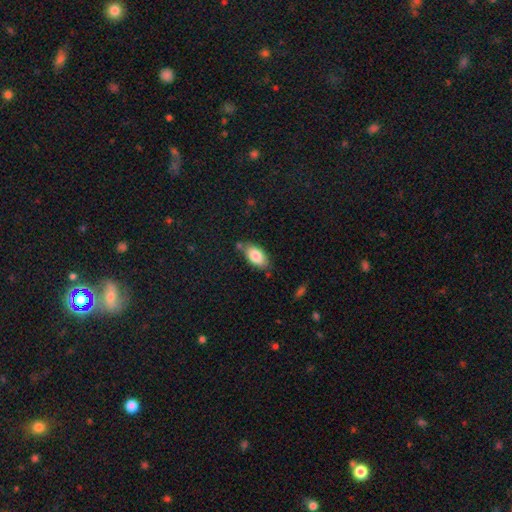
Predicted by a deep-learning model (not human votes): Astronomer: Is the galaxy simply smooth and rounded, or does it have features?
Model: smooth — 82%.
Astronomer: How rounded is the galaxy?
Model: in between — 92%.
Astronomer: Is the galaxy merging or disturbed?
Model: none — 73%.